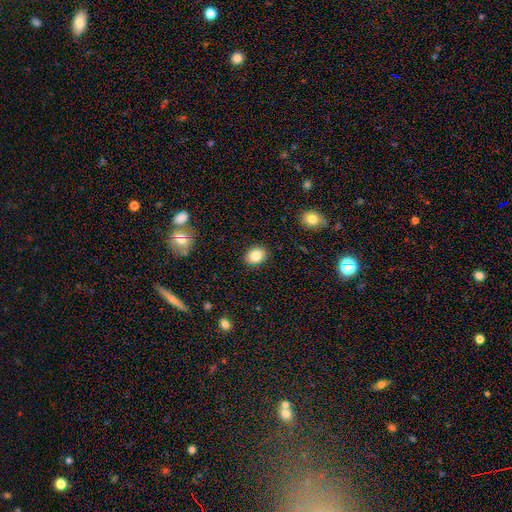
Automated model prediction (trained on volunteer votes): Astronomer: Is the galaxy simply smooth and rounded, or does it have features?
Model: smooth — 86%.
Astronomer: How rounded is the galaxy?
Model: in between — 65%.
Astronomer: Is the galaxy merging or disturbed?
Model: none — 89%.